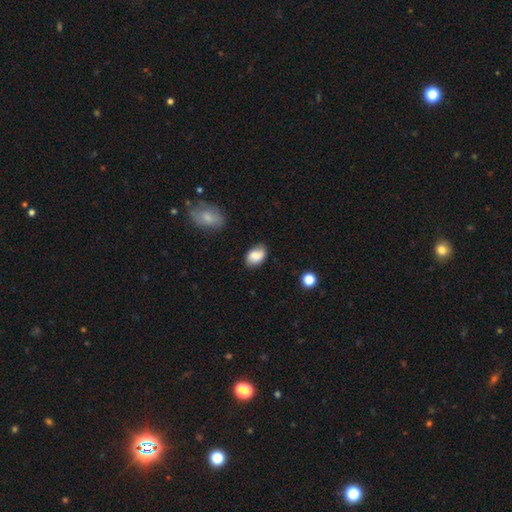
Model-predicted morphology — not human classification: smooth_or_featured: smooth (p=0.76) [alt: featured or disk p=0.16]
how_rounded: in between (p=0.85) [alt: round p=0.14]
merging: none (p=0.73) [alt: minor disturbance p=0.21]